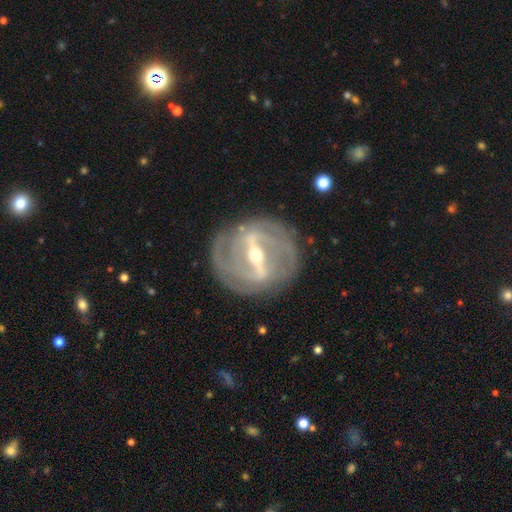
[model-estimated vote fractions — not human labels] Overall: featured or disk (89%). Edge-on disk: no (90%). Bar: strong (80%). Spiral arms: yes (87%). Spiral arm count: 2 (37%; can't tell 27%). Spiral winding: tight (60%; medium 30%). Bulge size: moderate (51%; small 44%). Merging: none (81%).